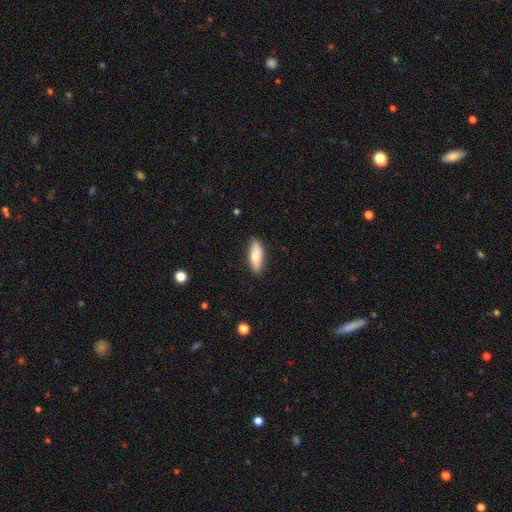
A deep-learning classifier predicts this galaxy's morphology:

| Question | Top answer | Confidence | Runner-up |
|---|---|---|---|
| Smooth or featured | smooth | 82% | featured or disk (13%) |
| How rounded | in between | 63% | cigar-shaped (35%) |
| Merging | none | 86% | minor disturbance (11%) |